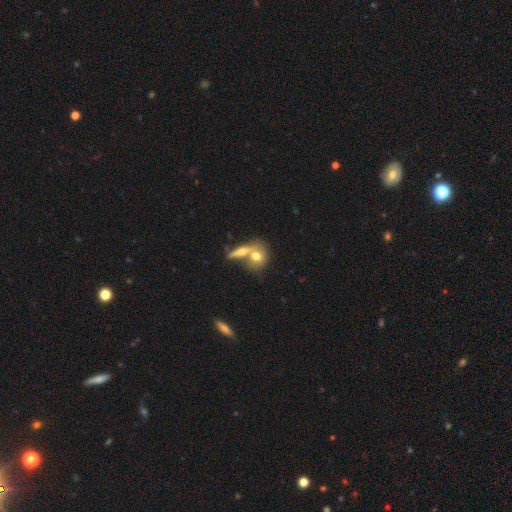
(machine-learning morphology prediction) Smooth or featured? smooth (66%)
How rounded? round (51%)
Merging? merger (48%)